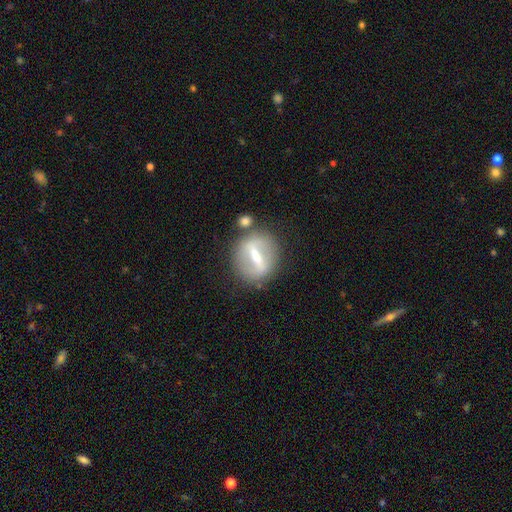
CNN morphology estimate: This is likely a featured or disk galaxy (68%). It is likely not viewed edge-on (77%). Bar: likely strong (77%). Spiral arm pattern: likely no (78%). Central bulge: possibly moderate (49%). Merging: likely none (76%).